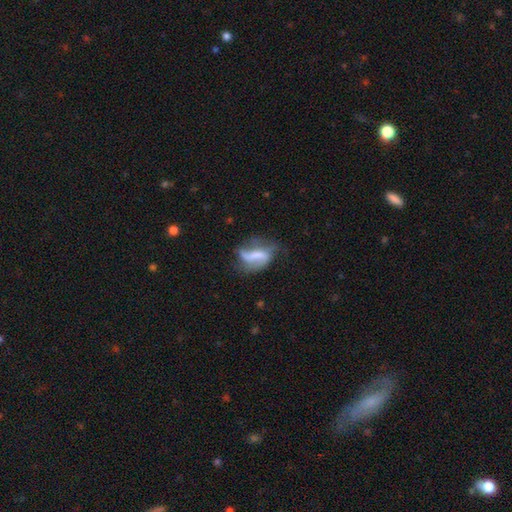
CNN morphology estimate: A featured or disk galaxy (60%) with a strong bar (45%), spiral arms (69%) and no central bulge (43%).

Vote fractions:
- Smooth or featured? featured or disk: 60% / smooth: 31% / star or artifact: 9%
- Edge-on disk? no: 94% / yes: 6%
- Bar? strong: 45% / weak: 31% / no: 24%
- Spiral arms? yes: 69% / no: 31%
- Bulge size? none: 43% / small: 25% / moderate: 22% / large: 8% / dominant: 2%
- Merging? none: 40% / major disturbance: 29% / minor disturbance: 26% / merger: 6%